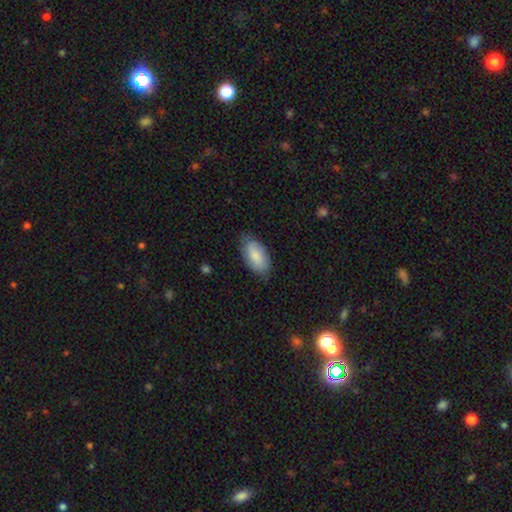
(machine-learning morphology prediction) Q: Smooth or featured?
A: smooth (81%); runner-up: featured or disk (13%)
Q: How rounded?
A: in between (94%); runner-up: cigar-shaped (3%)
Q: Merging?
A: none (77%); runner-up: minor disturbance (19%)